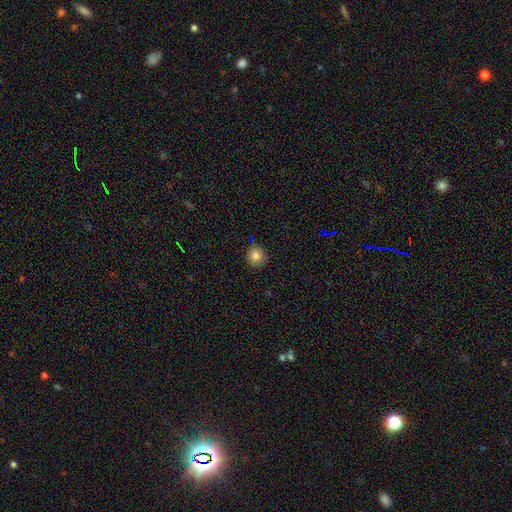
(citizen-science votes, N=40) Smooth or featured? 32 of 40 (80%) said smooth. How rounded? 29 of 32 (91%) said round. Merging? 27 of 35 (77%) said none.